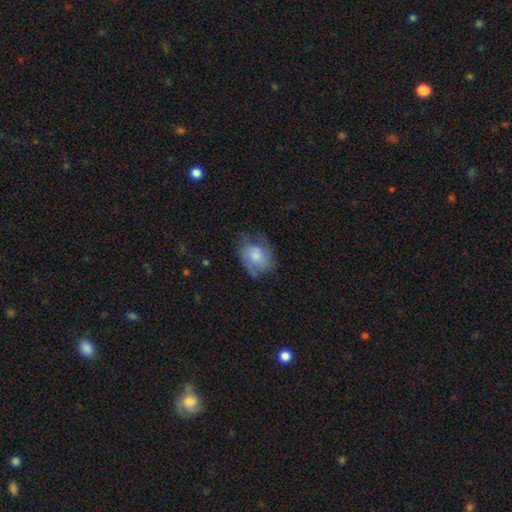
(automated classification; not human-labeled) A smooth galaxy with no disk features (58%) that is in between round and cigar-shaped (59%). Merging: none (50%).